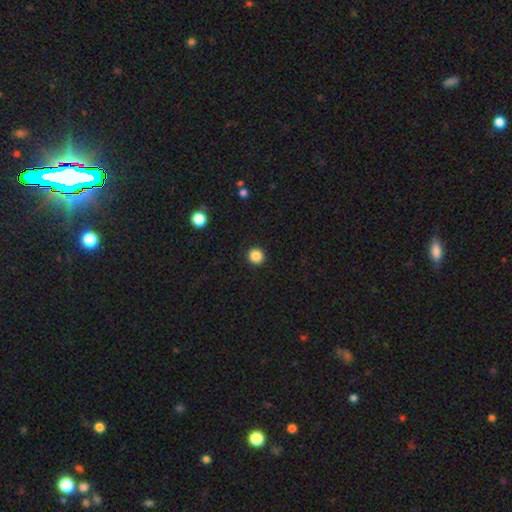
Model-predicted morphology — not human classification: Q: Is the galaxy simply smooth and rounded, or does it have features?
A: smooth — 86%.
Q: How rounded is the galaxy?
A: round — 94%.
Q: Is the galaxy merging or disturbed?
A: none — 93%.